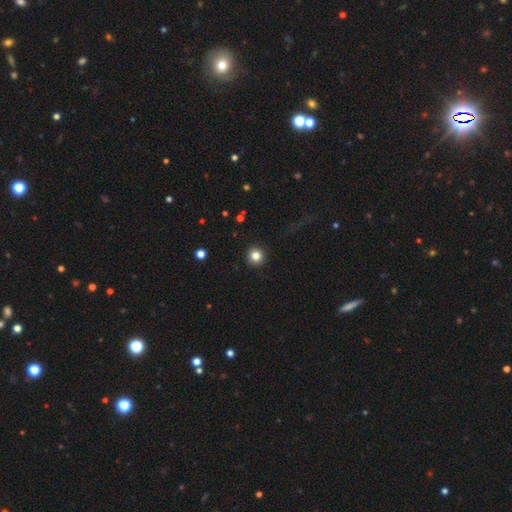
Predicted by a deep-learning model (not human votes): Smooth or featured?
  - smooth: 83% *
  - star or artifact: 12%
  - featured or disk: 5%
How rounded?
  - round: 95% *
  - in between: 4%
  - cigar-shaped: 1%
Merging?
  - none: 93% *
  - minor disturbance: 4%
  - major disturbance: 2%
  - merger: 1%